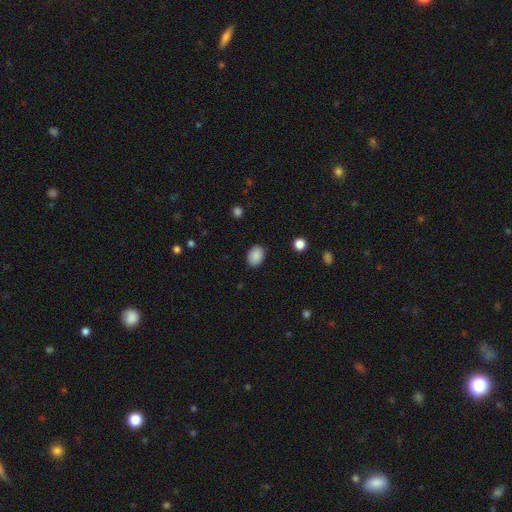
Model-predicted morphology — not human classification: The model was most divided on "how rounded": in between: 76%, round: 23%, cigar-shaped: 1%. More confident: smooth or featured — smooth (89%); merging — none (87%).